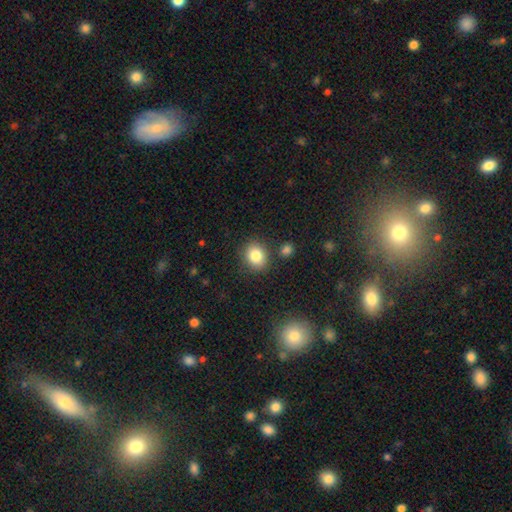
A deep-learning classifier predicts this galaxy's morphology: Smooth or featured?
  - smooth: 84% *
  - star or artifact: 10%
  - featured or disk: 7%
How rounded?
  - round: 60% *
  - in between: 39%
  - cigar-shaped: 1%
Merging?
  - none: 81% *
  - minor disturbance: 10%
  - merger: 5%
  - major disturbance: 3%